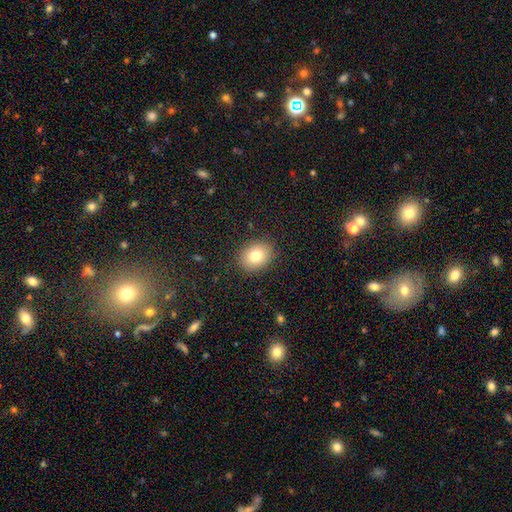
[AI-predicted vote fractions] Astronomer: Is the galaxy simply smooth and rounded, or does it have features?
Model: smooth — 79%.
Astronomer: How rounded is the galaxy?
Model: in between — 57% (runner-up: round, 43%).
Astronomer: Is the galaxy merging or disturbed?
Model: none — 88%.